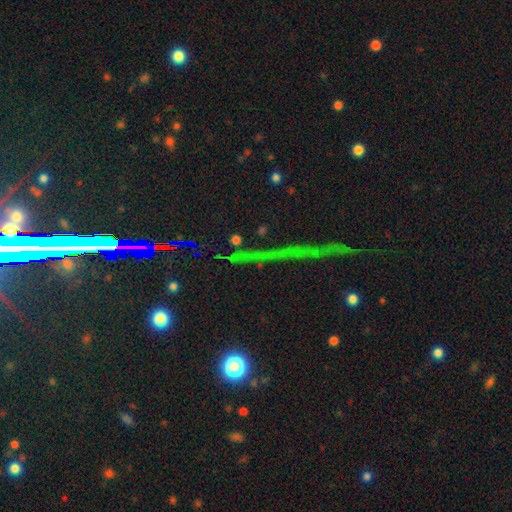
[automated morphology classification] Q: Smooth or featured?
A: star or artifact (75%); runner-up: featured or disk (14%)